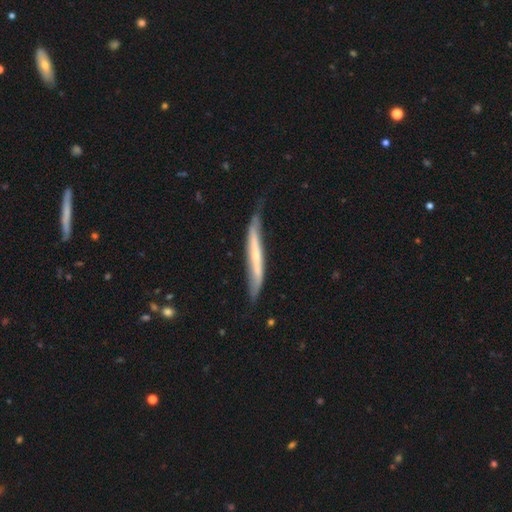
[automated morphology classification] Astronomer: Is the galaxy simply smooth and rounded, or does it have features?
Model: featured or disk — 60%.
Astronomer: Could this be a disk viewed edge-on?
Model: yes — 77%.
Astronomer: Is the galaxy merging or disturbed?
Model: none — 51% (runner-up: minor disturbance, 35%).